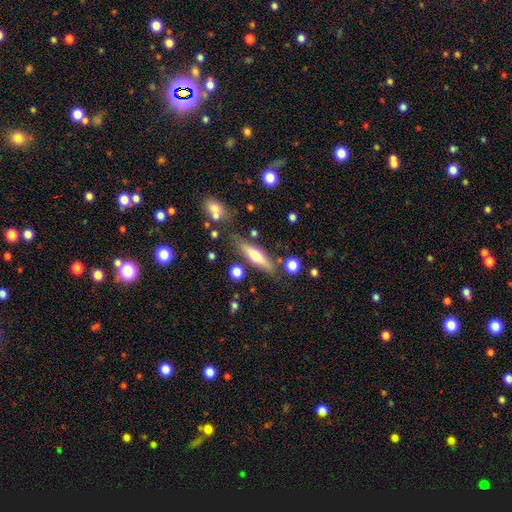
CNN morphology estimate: A smooth galaxy with no disk features (48%).

Vote fractions:
- Smooth or featured? smooth: 48% / featured or disk: 45% / star or artifact: 7%
- Merging? none: 76% / minor disturbance: 14% / merger: 7% / major disturbance: 4%